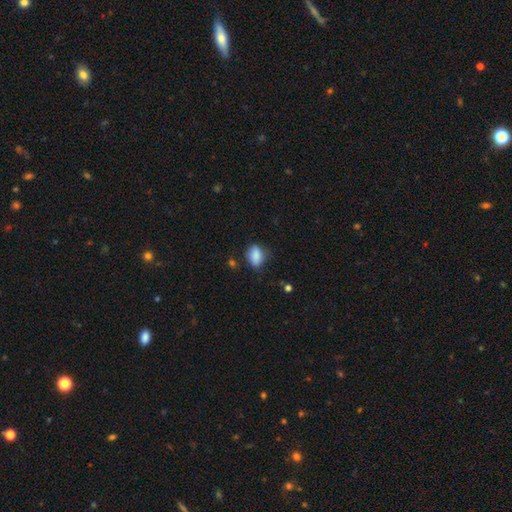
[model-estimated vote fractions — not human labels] Morphology: type=smooth (84%); roundness=in between (80%); merging=none (64%).